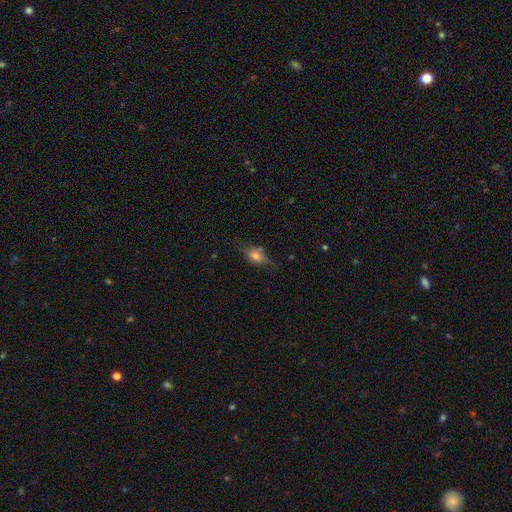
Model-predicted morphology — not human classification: smooth-or-featured: smooth: 63% | featured or disk: 26% | star or artifact: 11%
  how-rounded: in between: 77% | round: 13% | cigar-shaped: 11%
  merging: none: 62% | minor disturbance: 26% | major disturbance: 9% | merger: 3%